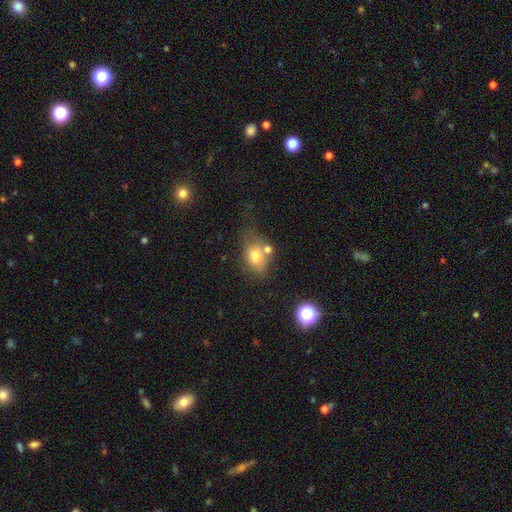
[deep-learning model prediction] Q: Smooth or featured?
A: smooth (71%); runner-up: featured or disk (18%)
Q: How rounded?
A: in between (68%); runner-up: round (30%)
Q: Merging?
A: none (46%); runner-up: merger (26%)